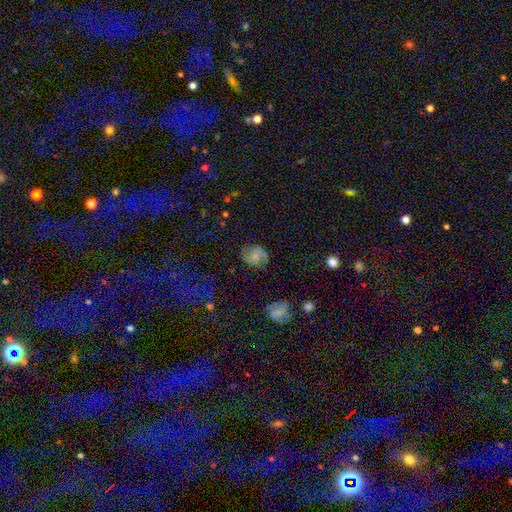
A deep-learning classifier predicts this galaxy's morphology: This is possibly a smooth galaxy (50%). Merging: likely none (66%).